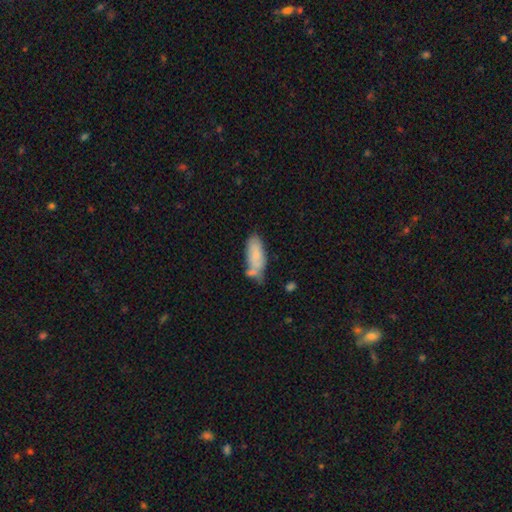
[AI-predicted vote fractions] Smooth or featured? smooth (76%)
How rounded? in between (78%)
Merging? none (43%)